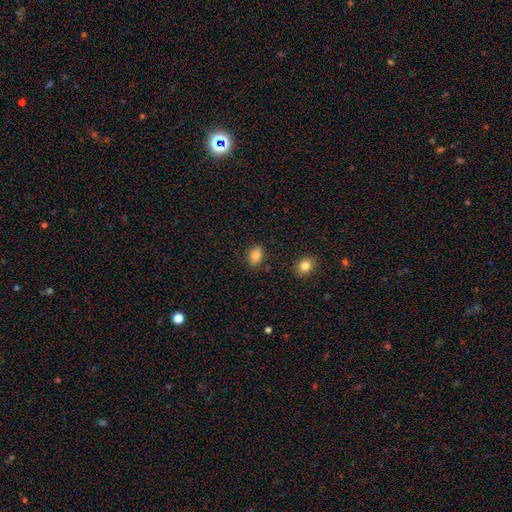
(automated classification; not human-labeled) A smooth galaxy with no disk features (84%) that is in between round and cigar-shaped (83%). Merging: none (84%).